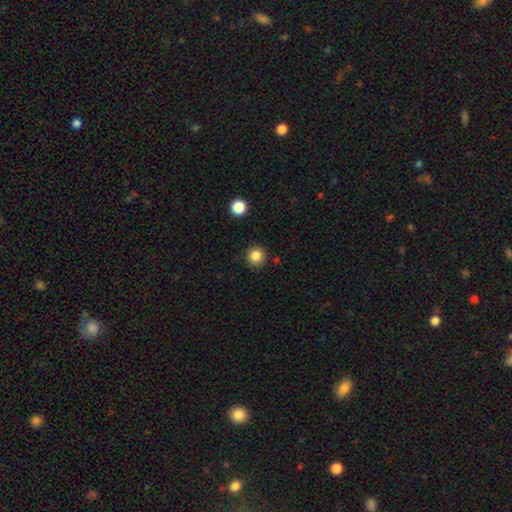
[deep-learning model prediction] Smooth or featured? smooth (85%)
How rounded? round (94%)
Merging? none (90%)